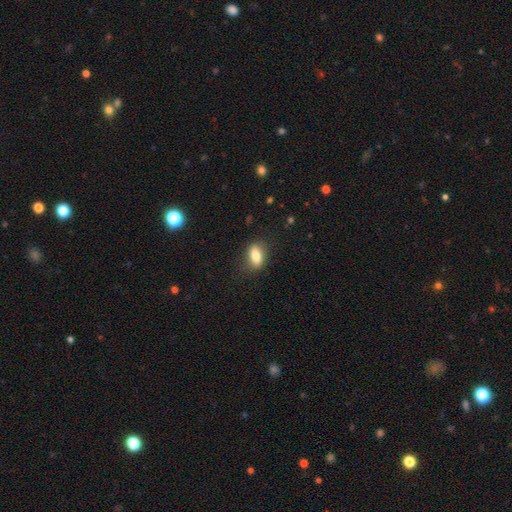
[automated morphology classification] This appears to be a smooth galaxy with no disk features (77%) that is in between round and cigar-shaped (79%). Merging: none (79%).